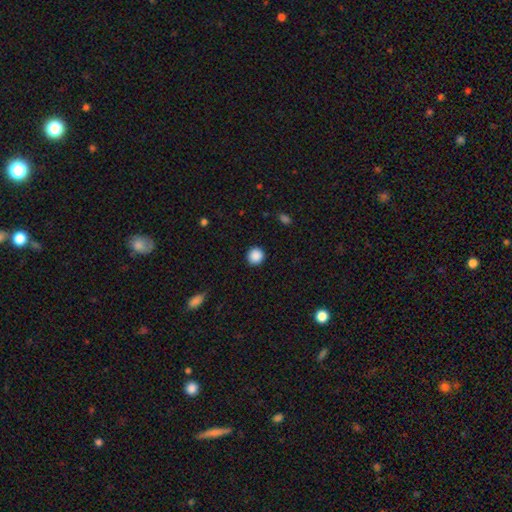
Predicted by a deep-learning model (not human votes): The model was most divided on "smooth or featured": smooth: 88%, star or artifact: 9%, featured or disk: 3%. More confident: how rounded — round (93%); merging — none (90%).